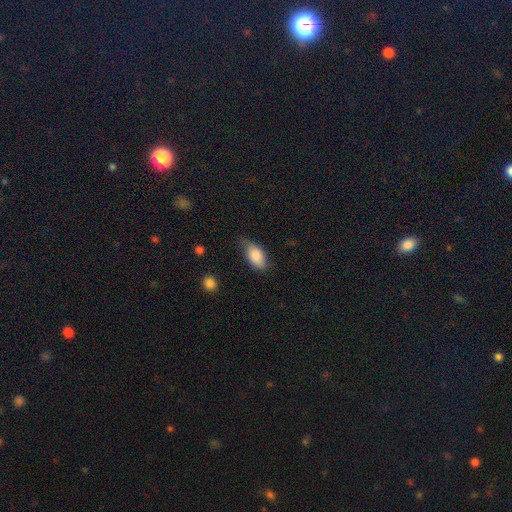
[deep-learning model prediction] This is clearly a smooth galaxy (85%). How rounded: clearly in between (93%). Merging: possibly none (56%).